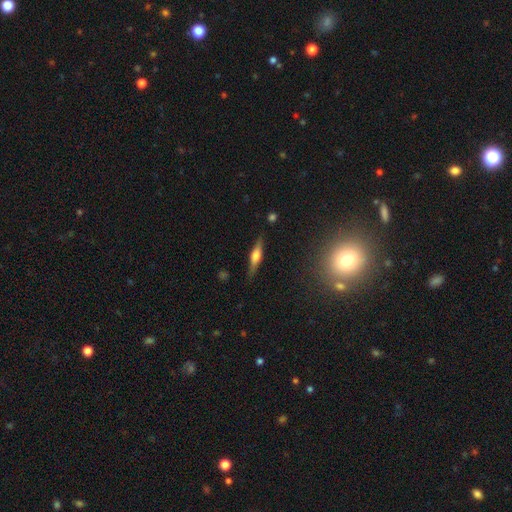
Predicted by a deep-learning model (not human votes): Smooth or featured?
  - featured or disk: 54% *
  - smooth: 39%
  - star or artifact: 7%
Edge-on disk?
  - yes: 95% *
  - no: 5%
Edge-on bulge?
  - rounded: 82% *
  - boxy: 13%
  - none: 4%
Merging?
  - none: 85% *
  - minor disturbance: 11%
  - major disturbance: 2%
  - merger: 2%